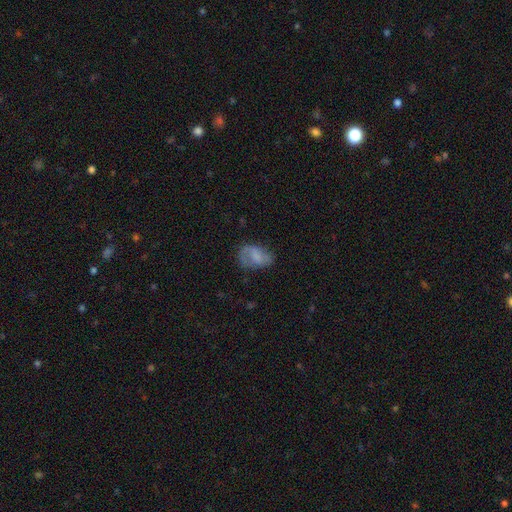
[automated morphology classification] The model was most divided on "smooth or featured": smooth: 51%, featured or disk: 41%, star or artifact: 9%. More confident: how rounded — in between (84%); merging — none (50%).